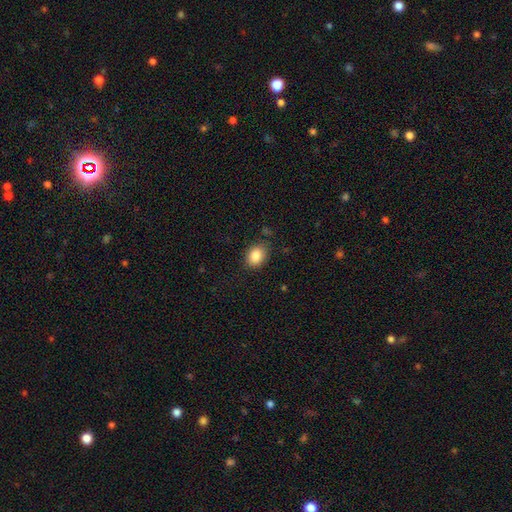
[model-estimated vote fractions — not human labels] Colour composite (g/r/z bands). It shows a smooth galaxy with no disk features (85%) that is in between round and cigar-shaped (57%). Merging: none (84%).